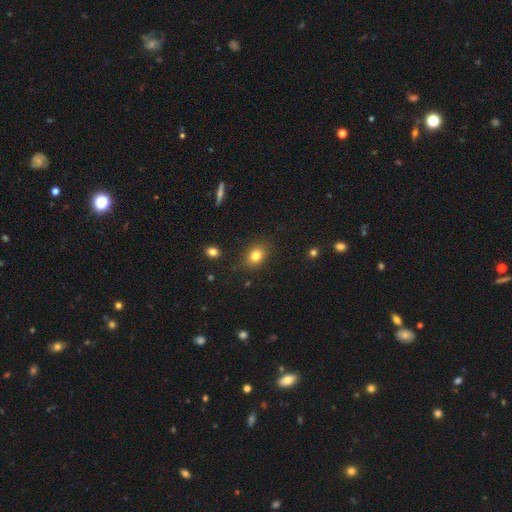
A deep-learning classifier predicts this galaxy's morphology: Smooth or featured: smooth — 80% (star or artifact — 12%)
How rounded: in between — 62% (round — 37%)
Merging: none — 85% (minor disturbance — 11%)